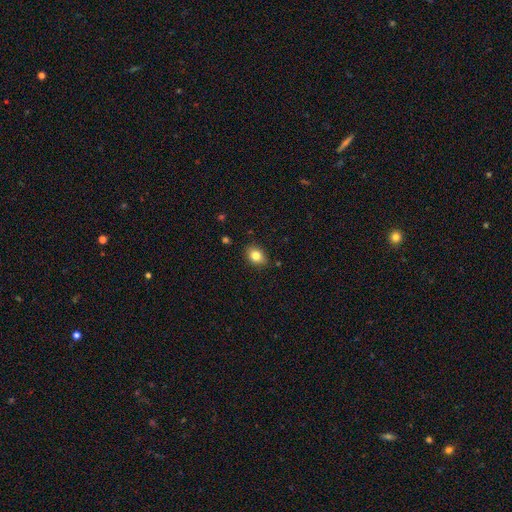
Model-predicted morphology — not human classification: This is clearly a smooth galaxy (82%). How rounded: likely in between (63%). Merging: clearly none (85%).